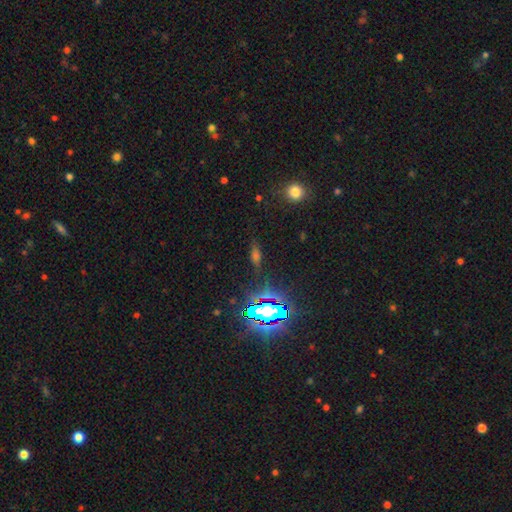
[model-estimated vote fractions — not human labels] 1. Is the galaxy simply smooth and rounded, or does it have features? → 40% star or artifact, 39% smooth, 22% featured or disk.